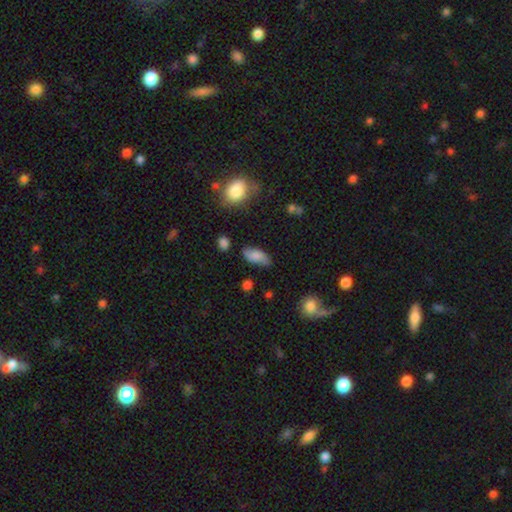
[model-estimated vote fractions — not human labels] The model was most divided on "smooth or featured": smooth: 68%, featured or disk: 23%, star or artifact: 9%. More confident: how rounded — in between (86%); merging — none (71%).